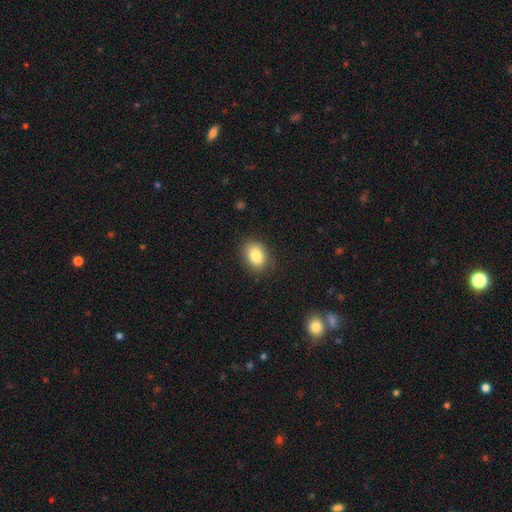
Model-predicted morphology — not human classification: Smooth or featured? Predicted: smooth (p=0.84). How rounded? Predicted: in between (p=0.66). Merging? Predicted: none (p=0.85).